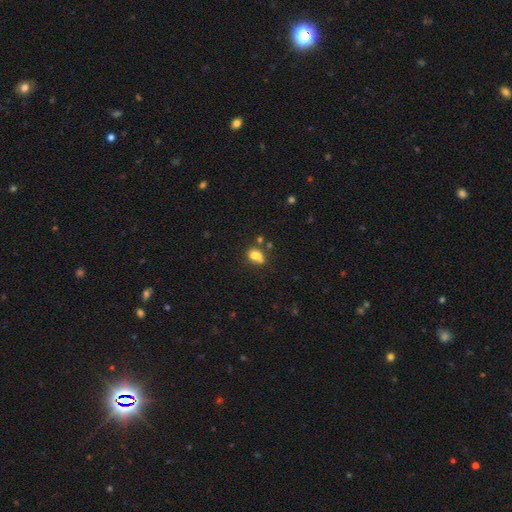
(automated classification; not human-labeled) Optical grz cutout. It shows a smooth galaxy with no disk features (73%) that is in between round and cigar-shaped (69%). Merging: none (42%).